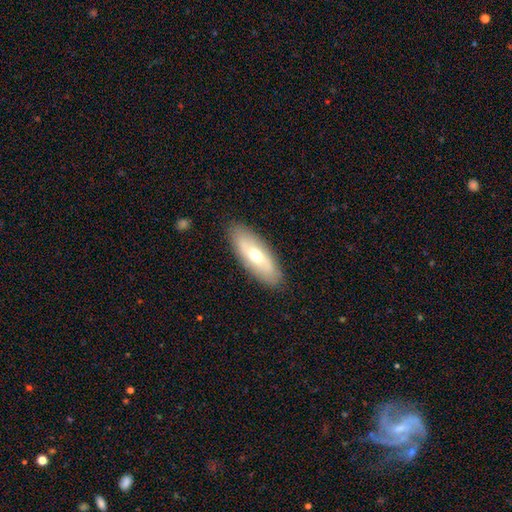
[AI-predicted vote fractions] Morphology: type=smooth (55%); roundness=in between (73%); merging=none (87%).